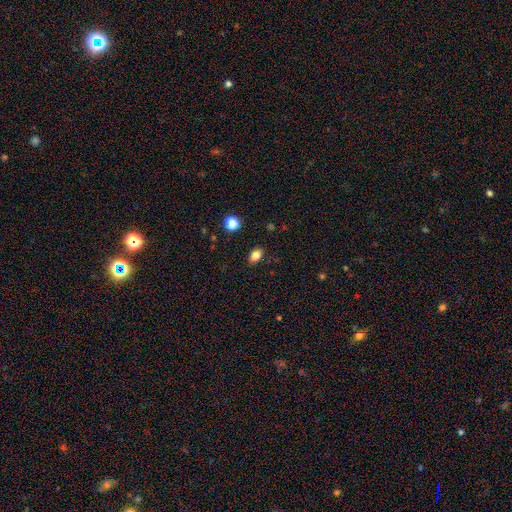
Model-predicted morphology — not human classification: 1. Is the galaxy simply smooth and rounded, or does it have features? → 82% smooth, 11% star or artifact, 7% featured or disk.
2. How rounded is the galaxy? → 80% in between, 18% round, 2% cigar-shaped.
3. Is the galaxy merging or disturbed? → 86% none, 10% minor disturbance, 2% major disturbance, 1% merger.